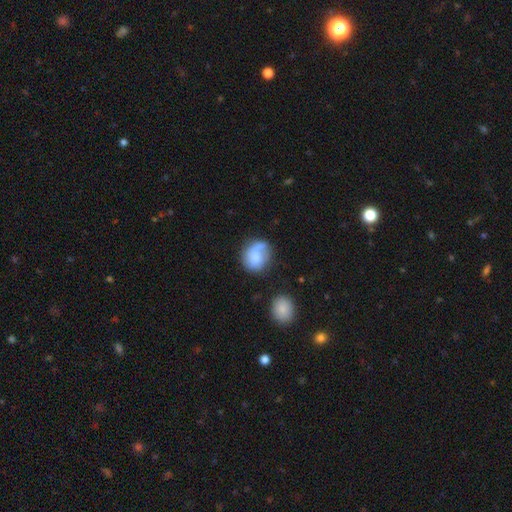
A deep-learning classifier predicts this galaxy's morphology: smooth_or_featured: smooth (p=0.64) [alt: featured or disk p=0.28]
how_rounded: round (p=0.65) [alt: in between p=0.34]
merging: none (p=0.48) [alt: minor disturbance p=0.26]